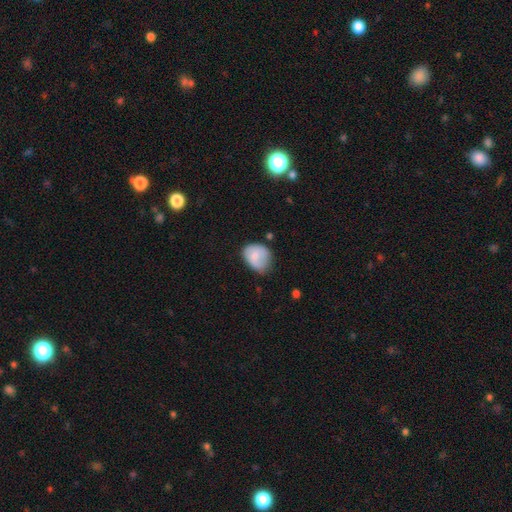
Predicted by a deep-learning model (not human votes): This appears to be a smooth galaxy with no disk features (75%) that is in between round and cigar-shaped (57%). Merging: minor disturbance (42%, tied with none).